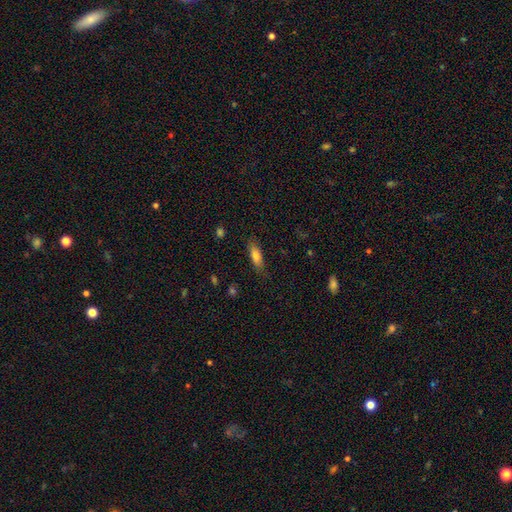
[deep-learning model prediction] Smooth or featured: smooth — 79% (featured or disk — 14%)
How rounded: in between — 56% (cigar-shaped — 42%)
Merging: none — 79% (minor disturbance — 15%)